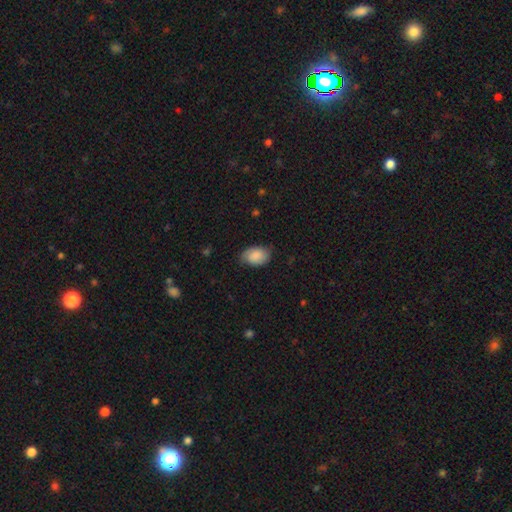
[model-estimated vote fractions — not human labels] The model was most divided on "merging": none: 72%, minor disturbance: 23%, major disturbance: 4%, merger: 1%. More confident: how rounded — in between (88%); smooth or featured — smooth (81%).